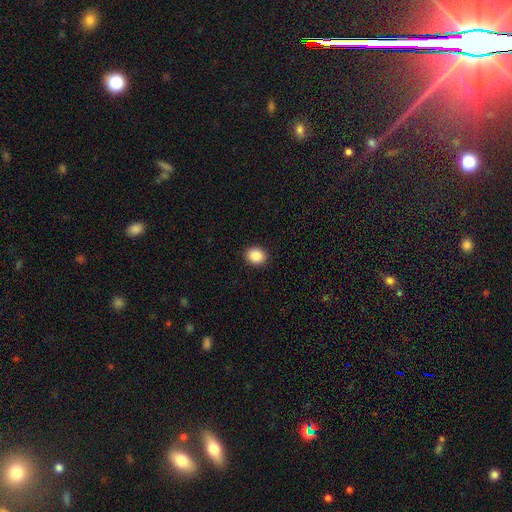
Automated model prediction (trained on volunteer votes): Overall: smooth (88%). How rounded: round (68%; in between 31%). Merging: none (91%).